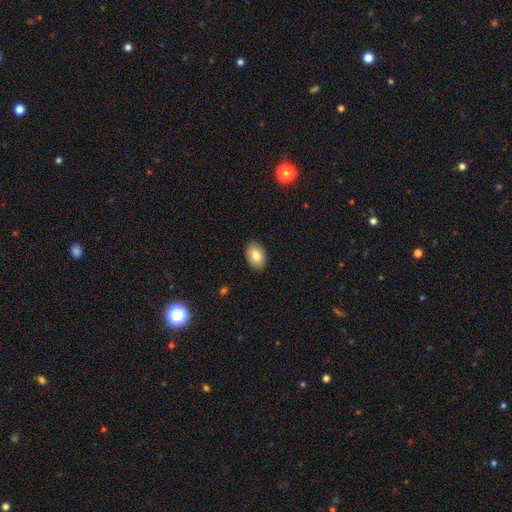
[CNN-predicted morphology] Overall: smooth (82%). How rounded: in between (84%). Merging: none (89%).